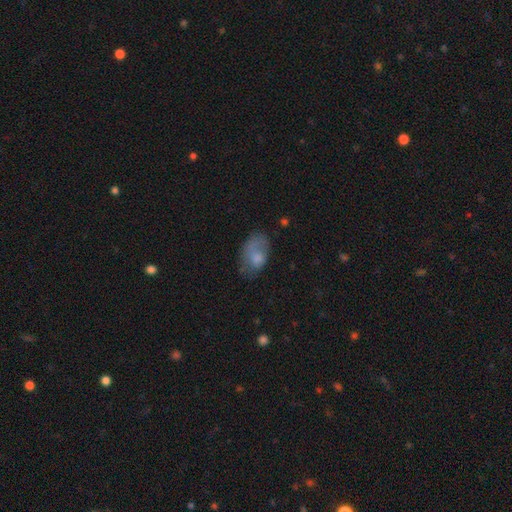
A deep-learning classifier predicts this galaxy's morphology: smooth_or_featured: smooth (p=0.69) [alt: featured or disk p=0.22]
how_rounded: in between (p=0.89) [alt: round p=0.10]
merging: none (p=0.42) [alt: minor disturbance p=0.31]